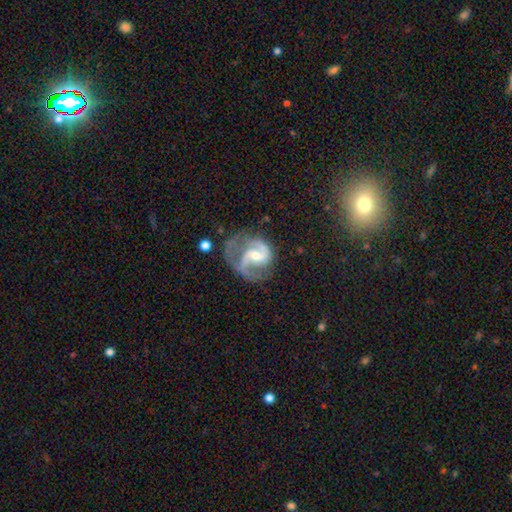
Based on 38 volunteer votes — Smooth or featured? featured or disk (87%)
Edge-on disk? no (100%)
Bar? weak (61%)
Spiral arms? yes (97%)
Spiral winding? medium (69%)
Spiral arm count? 2 (94%)
Bulge size? small (48%)
Merging? minor disturbance (35%)